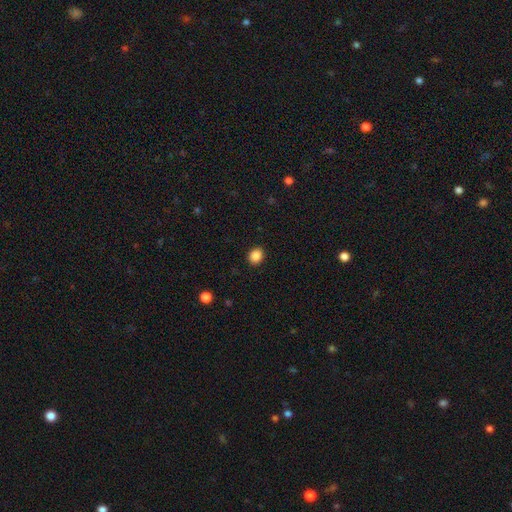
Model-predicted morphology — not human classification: Q: Smooth or featured?
A: smooth (87%); runner-up: star or artifact (10%)
Q: How rounded?
A: round (57%); runner-up: in between (42%)
Q: Merging?
A: none (91%); runner-up: minor disturbance (6%)